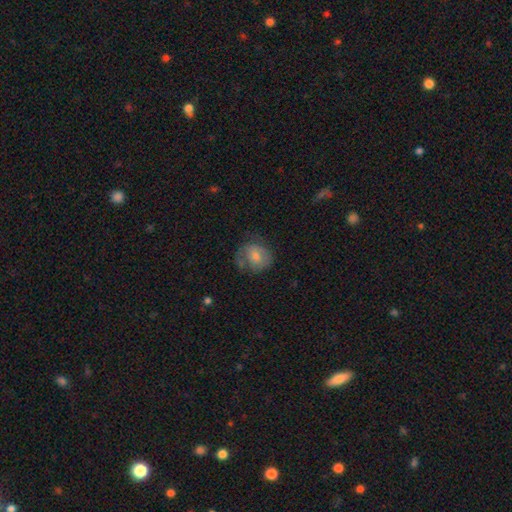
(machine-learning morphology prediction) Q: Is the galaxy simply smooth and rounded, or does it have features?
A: smooth — 56%.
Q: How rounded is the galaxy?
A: round — 68%.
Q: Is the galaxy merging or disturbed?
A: none — 59%.